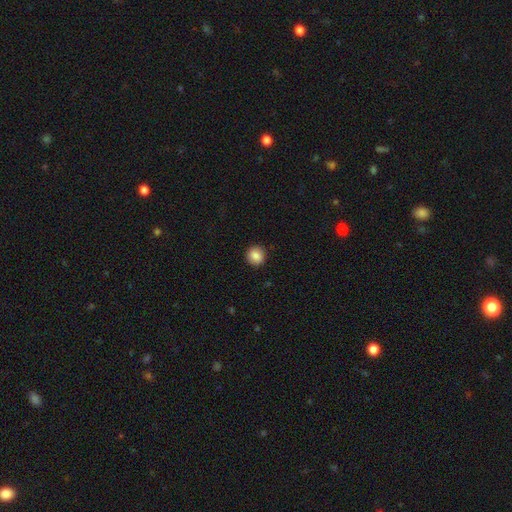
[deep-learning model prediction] This is clearly a smooth galaxy (86%). How rounded: clearly round (92%). Merging: clearly none (91%).